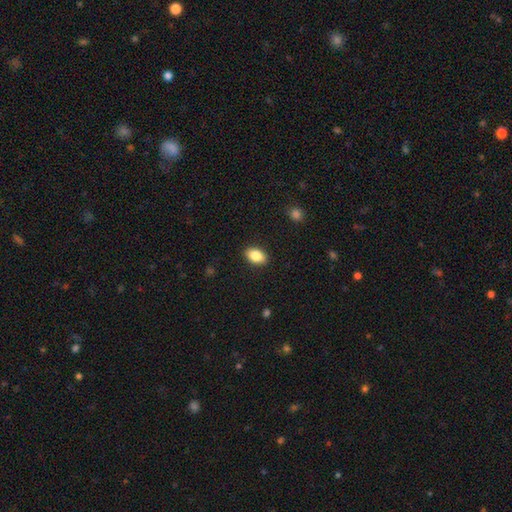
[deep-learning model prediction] Smooth or featured? smooth (85%)
How rounded? in between (89%)
Merging? none (89%)